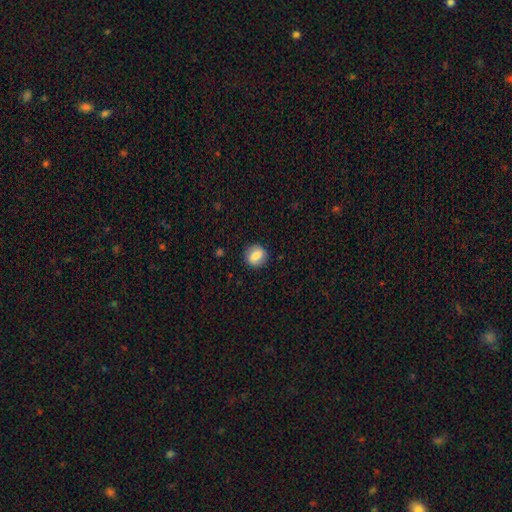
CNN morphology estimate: smooth-or-featured: smooth: 69% | featured or disk: 22% | star or artifact: 8%
  how-rounded: round: 85% | in between: 14% | cigar-shaped: 1%
  merging: none: 88% | minor disturbance: 9% | major disturbance: 3% | merger: 1%